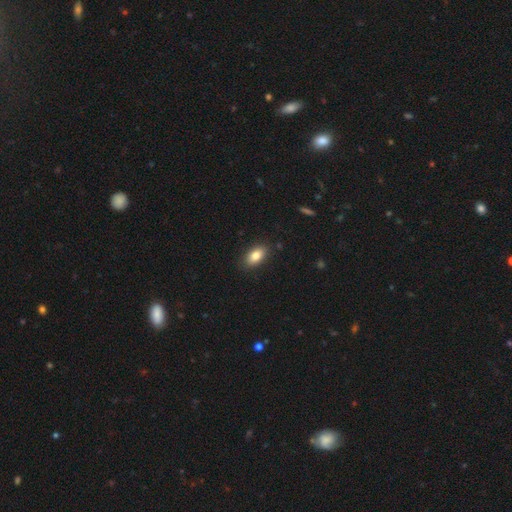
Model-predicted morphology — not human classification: Smooth or featured?
  - smooth: 83% *
  - featured or disk: 9%
  - star or artifact: 8%
How rounded?
  - in between: 90% *
  - round: 7%
  - cigar-shaped: 3%
Merging?
  - none: 88% *
  - minor disturbance: 9%
  - major disturbance: 2%
  - merger: 1%